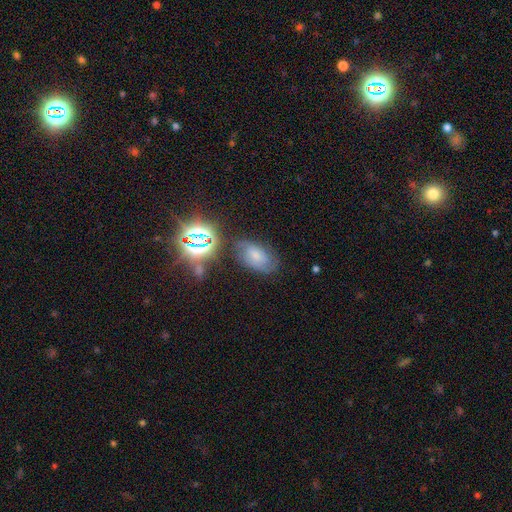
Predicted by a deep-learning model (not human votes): The model was most divided on "smooth or featured": smooth: 42%, featured or disk: 35%, star or artifact: 24%. More confident: merging — none (68%).